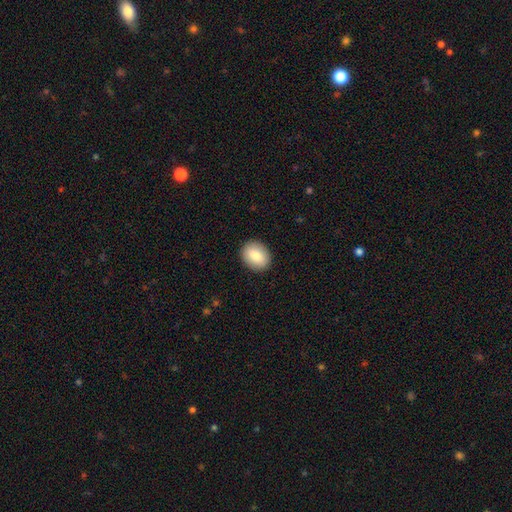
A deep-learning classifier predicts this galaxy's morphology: A smooth galaxy with no disk features (82%) that is in between round and cigar-shaped (59%).

Vote fractions:
- Smooth or featured? smooth: 82% / featured or disk: 10% / star or artifact: 7%
- How rounded? in between: 59% / round: 40% / cigar-shaped: 1%
- Merging? none: 90% / minor disturbance: 7% / major disturbance: 2% / merger: 1%